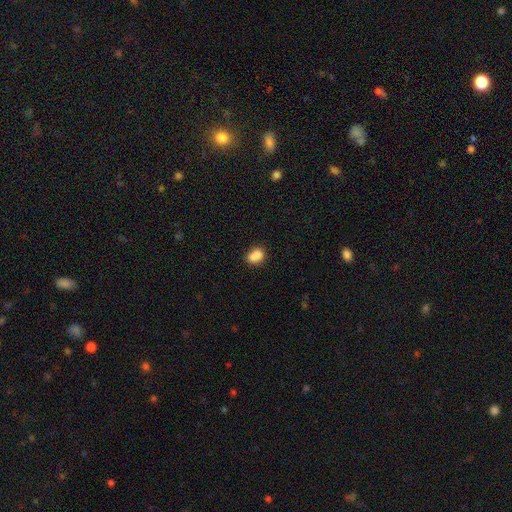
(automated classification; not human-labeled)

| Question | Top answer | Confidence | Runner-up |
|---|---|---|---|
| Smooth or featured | smooth | 81% | featured or disk (10%) |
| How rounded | in between | 54% | round (45%) |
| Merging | none | 49% | merger (31%) |